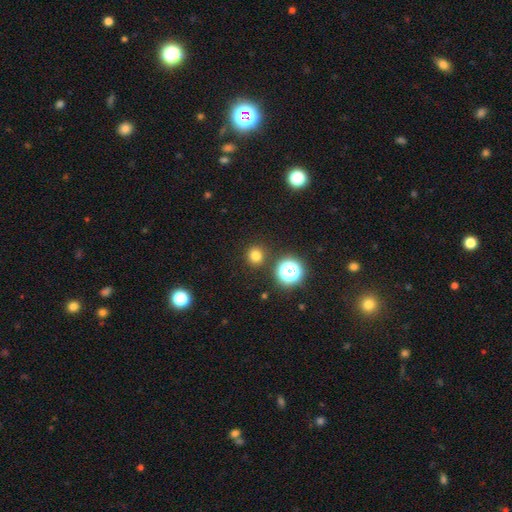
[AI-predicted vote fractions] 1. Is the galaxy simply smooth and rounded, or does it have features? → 76% smooth, 19% star or artifact, 5% featured or disk.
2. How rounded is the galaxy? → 92% round, 7% in between, 1% cigar-shaped.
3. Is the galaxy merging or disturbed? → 90% none, 5% minor disturbance, 3% merger, 2% major disturbance.